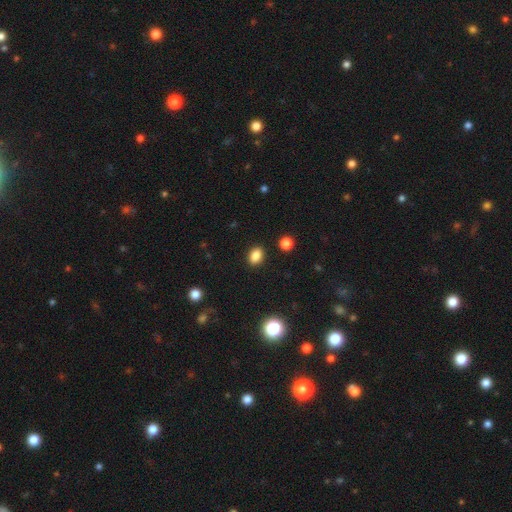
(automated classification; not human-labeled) smooth_or_featured: smooth (p=0.86) [alt: star or artifact p=0.10]
how_rounded: in between (p=0.77) [alt: round p=0.21]
merging: none (p=0.89) [alt: minor disturbance p=0.07]